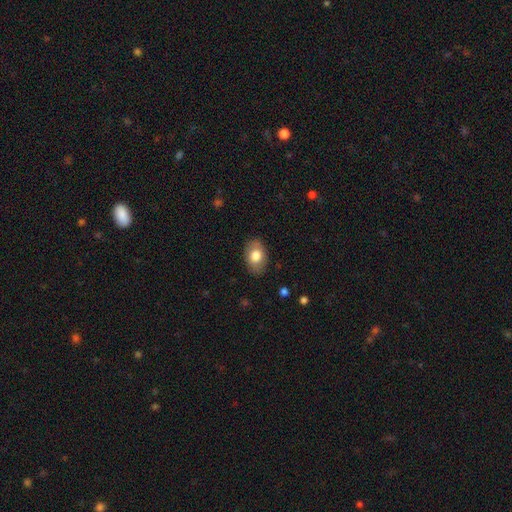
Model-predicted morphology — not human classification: The model was most divided on "smooth or featured": smooth: 76%, featured or disk: 17%, star or artifact: 7%. More confident: how rounded — in between (86%); merging — none (84%).